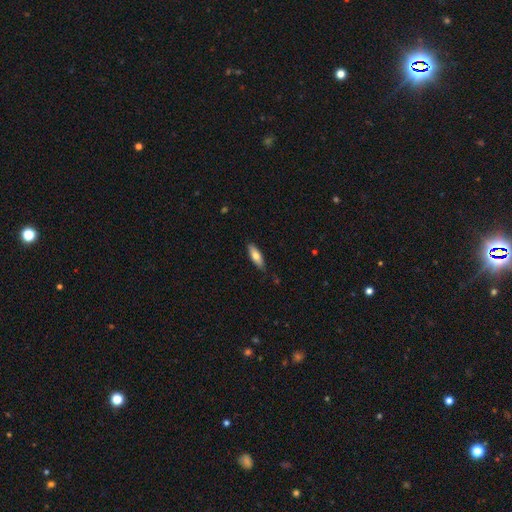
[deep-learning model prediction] Smooth or featured: smooth — 73% (featured or disk — 21%)
How rounded: in between — 56% (cigar-shaped — 42%)
Merging: none — 84% (minor disturbance — 12%)